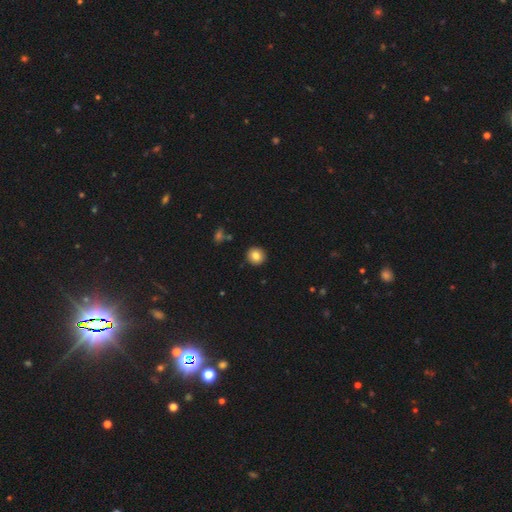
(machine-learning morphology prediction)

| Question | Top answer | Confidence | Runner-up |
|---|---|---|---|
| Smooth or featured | smooth | 83% | star or artifact (10%) |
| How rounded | round | 92% | in between (7%) |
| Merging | none | 92% | minor disturbance (5%) |